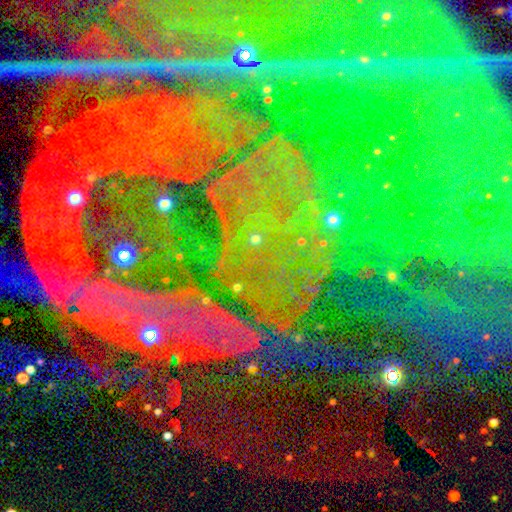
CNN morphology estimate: This appears to be a star or artifact, not a galaxy (86%).